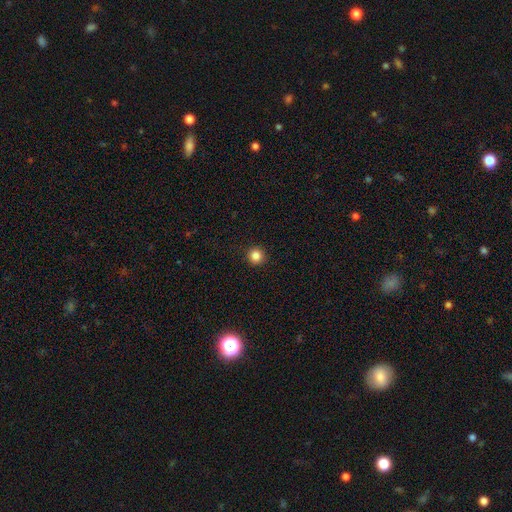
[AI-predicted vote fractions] Smooth or featured: smooth — 85% (star or artifact — 11%)
How rounded: round — 95% (in between — 4%)
Merging: none — 93% (minor disturbance — 5%)